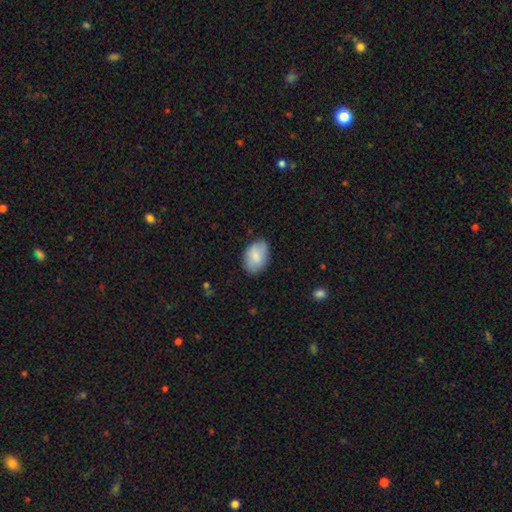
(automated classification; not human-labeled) Smooth or featured: smooth — 84% (featured or disk — 10%)
How rounded: in between — 88% (round — 11%)
Merging: none — 81% (minor disturbance — 15%)